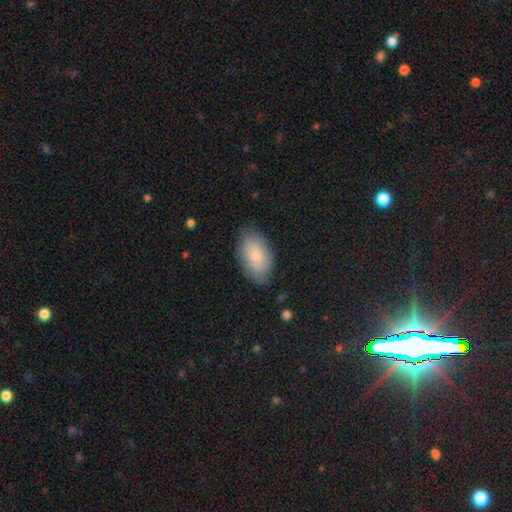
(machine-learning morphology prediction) Smooth or featured? smooth (78%)
How rounded? in between (94%)
Merging? none (77%)